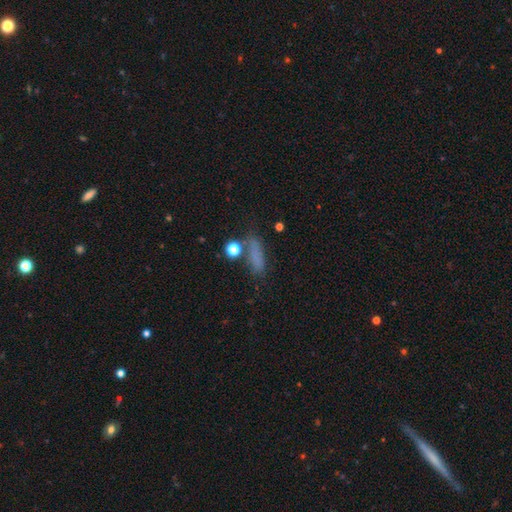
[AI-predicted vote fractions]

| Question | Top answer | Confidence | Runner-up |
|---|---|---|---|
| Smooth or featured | smooth | 68% | star or artifact (19%) |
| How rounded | cigar-shaped | 47% | in between (41%) |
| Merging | none | 62% | minor disturbance (19%) |